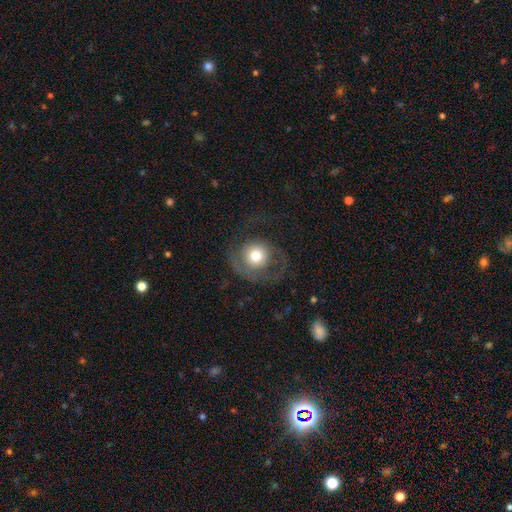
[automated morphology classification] A smooth galaxy with no disk features (48%).

Vote fractions:
- Smooth or featured? smooth: 48% / featured or disk: 43% / star or artifact: 8%
- Merging? none: 46% / major disturbance: 35% / minor disturbance: 17% / merger: 2%